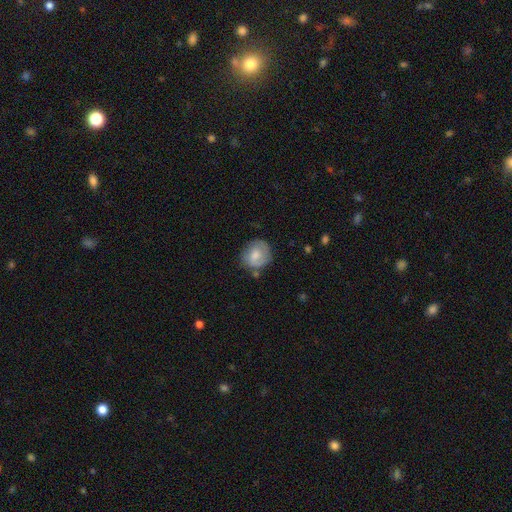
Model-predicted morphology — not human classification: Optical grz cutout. It shows a smooth galaxy with no disk features (64%) that is round (77%). Merging: none (67%).